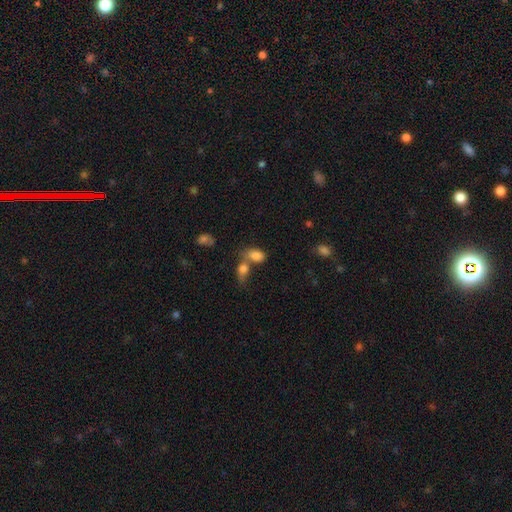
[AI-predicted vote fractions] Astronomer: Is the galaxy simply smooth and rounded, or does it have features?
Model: smooth — 82%.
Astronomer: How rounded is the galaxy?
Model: in between — 87%.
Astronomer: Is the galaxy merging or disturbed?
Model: merger — 46% (runner-up: none, 36%).